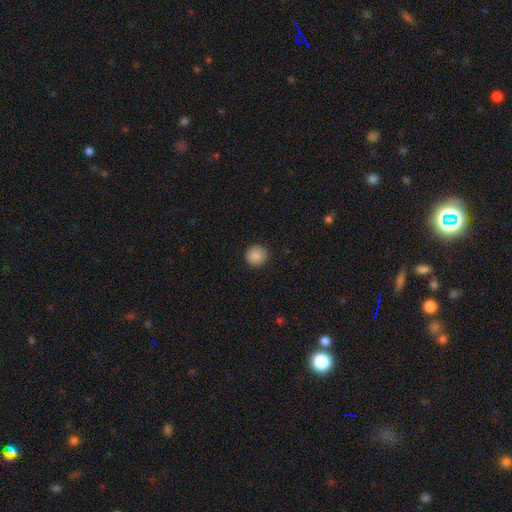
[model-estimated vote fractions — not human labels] Smooth or featured? Predicted: smooth (p=0.87). How rounded? Predicted: round (p=0.94). Merging? Predicted: none (p=0.92).